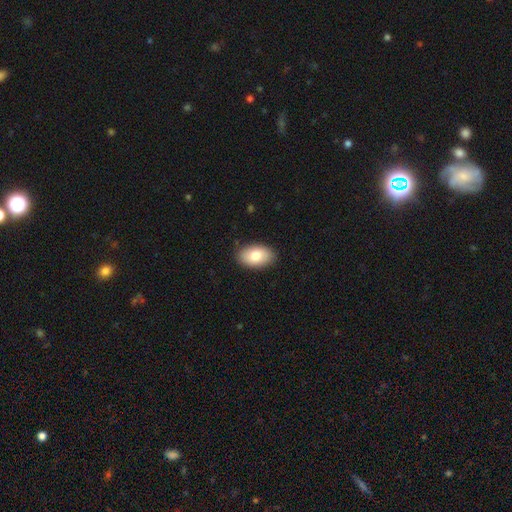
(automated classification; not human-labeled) This is clearly a smooth galaxy (81%). How rounded: clearly in between (93%). Merging: clearly none (88%).